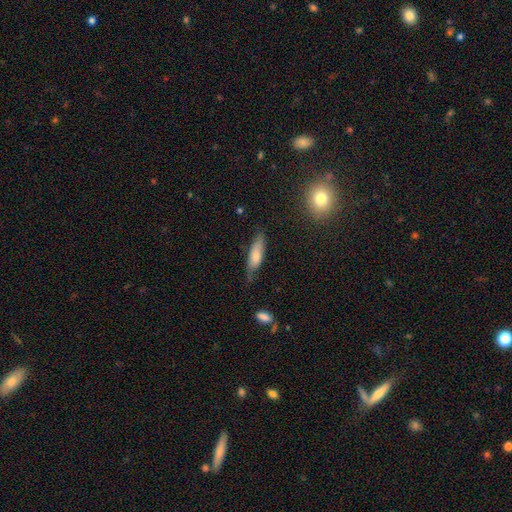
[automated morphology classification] Q: Smooth or featured?
A: smooth (65%); runner-up: featured or disk (28%)
Q: How rounded?
A: cigar-shaped (54%); runner-up: in between (44%)
Q: Merging?
A: none (60%); runner-up: minor disturbance (30%)